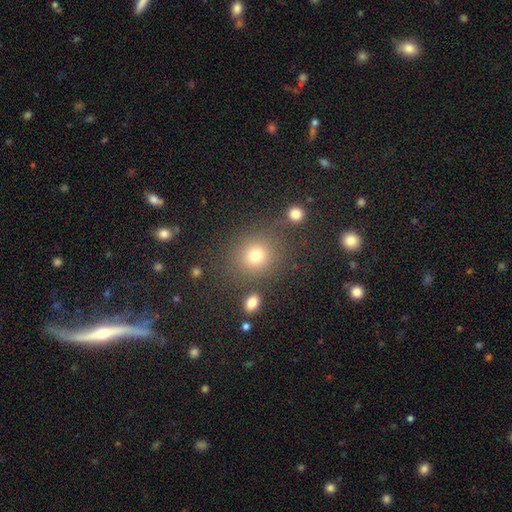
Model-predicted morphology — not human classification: Q: Smooth or featured?
A: smooth (75%); runner-up: star or artifact (16%)
Q: How rounded?
A: round (81%); runner-up: in between (18%)
Q: Merging?
A: none (78%); runner-up: minor disturbance (10%)